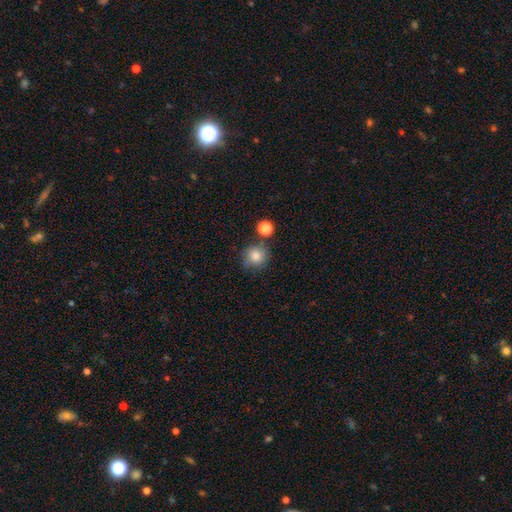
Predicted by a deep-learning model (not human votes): Morphology: type=smooth (83%); roundness=round (90%); merging=none (72%).